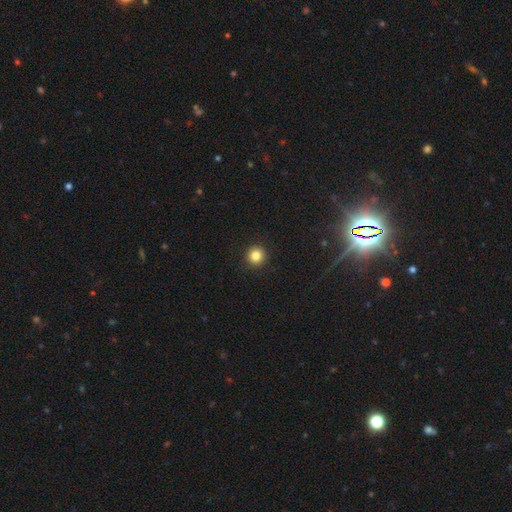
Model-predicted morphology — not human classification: This is clearly a smooth galaxy (84%). How rounded: clearly round (95%). Merging: clearly none (93%).